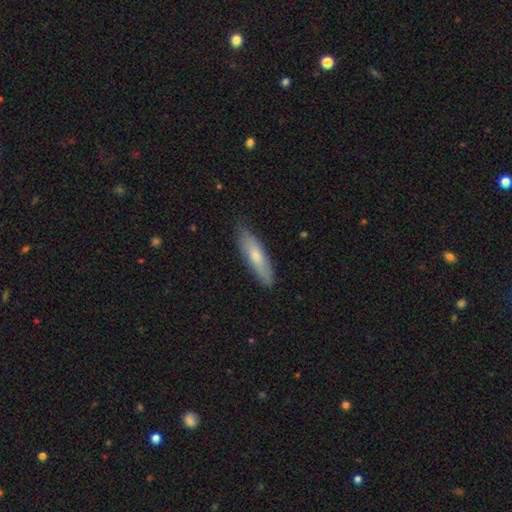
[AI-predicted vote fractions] Q: Smooth or featured?
A: smooth (69%); runner-up: featured or disk (25%)
Q: How rounded?
A: cigar-shaped (72%); runner-up: in between (26%)
Q: Merging?
A: none (83%); runner-up: minor disturbance (14%)